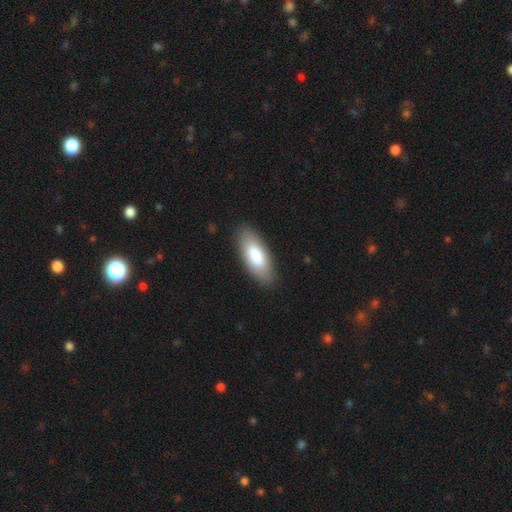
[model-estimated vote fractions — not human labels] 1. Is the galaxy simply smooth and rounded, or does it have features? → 83% smooth, 12% featured or disk, 6% star or artifact.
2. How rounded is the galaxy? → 83% in between, 16% cigar-shaped, 2% round.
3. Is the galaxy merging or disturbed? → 87% none, 10% minor disturbance, 2% major disturbance, 1% merger.